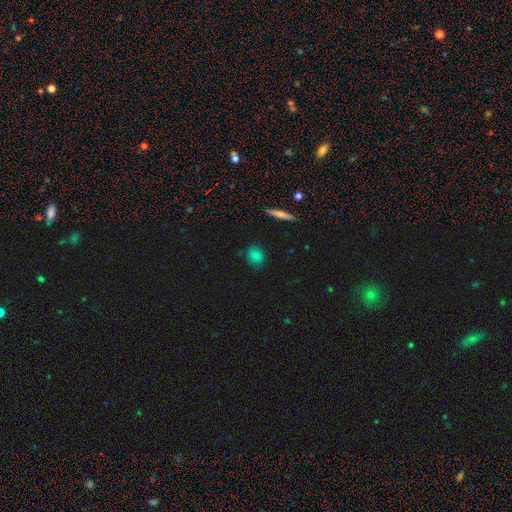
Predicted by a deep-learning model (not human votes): A smooth galaxy with no disk features (79%) that is round (52%). Merging: none (83%).